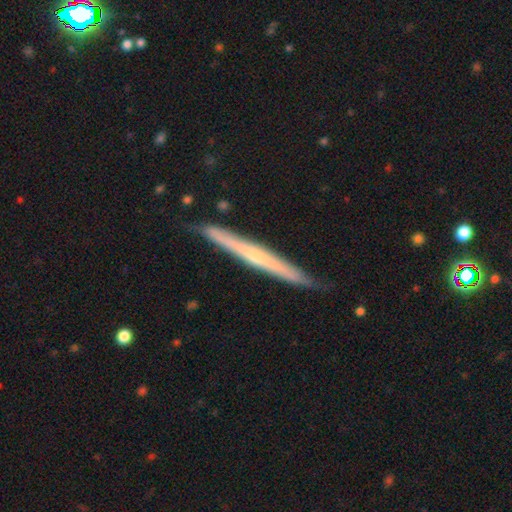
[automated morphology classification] type=featured or disk (60%); edge-on=yes (96%); edge-on bulge=none (58%); merging=none (84%).